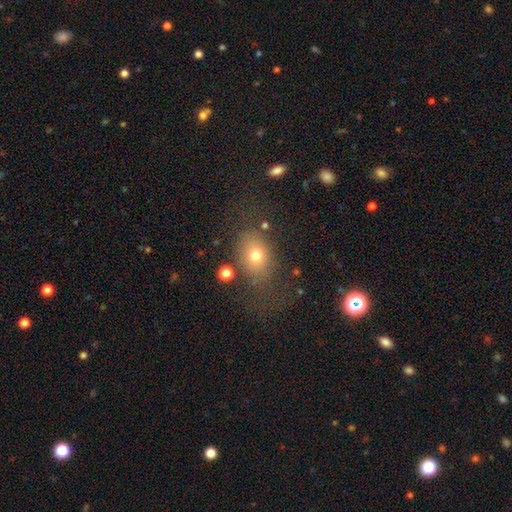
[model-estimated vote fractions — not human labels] This appears to be a smooth galaxy with no disk features (73%) that is in between round and cigar-shaped (64%). Merging: none (65%).